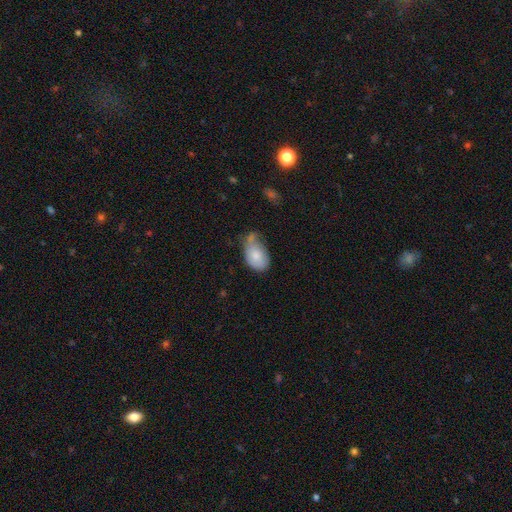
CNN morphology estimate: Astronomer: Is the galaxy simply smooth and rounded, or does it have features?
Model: smooth — 78%.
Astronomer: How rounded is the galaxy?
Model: in between — 89%.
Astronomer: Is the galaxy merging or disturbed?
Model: minor disturbance — 37% (runner-up: none, 30%).